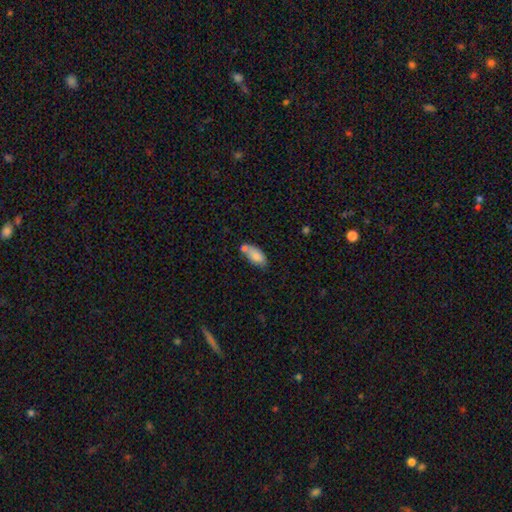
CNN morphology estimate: The model was most divided on "merging": none: 43%, merger: 30%, minor disturbance: 20%, major disturbance: 7%. More confident: how rounded — in between (88%); smooth or featured — smooth (80%).